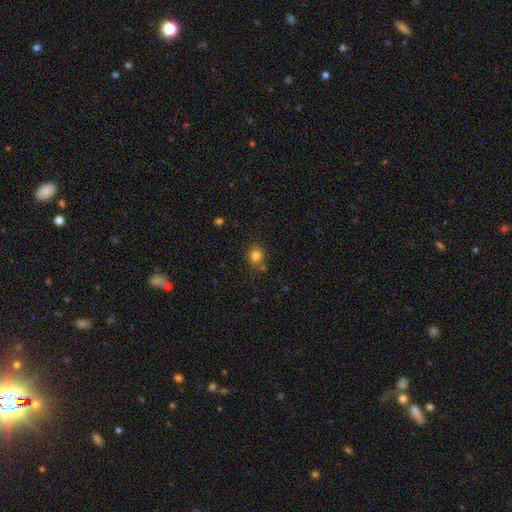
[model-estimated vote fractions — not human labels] A smooth galaxy with no disk features (81%) that is round (83%).

Vote fractions:
- Smooth or featured? smooth: 81% / star or artifact: 13% / featured or disk: 6%
- How rounded? round: 83% / in between: 16% / cigar-shaped: 1%
- Merging? none: 78% / minor disturbance: 11% / merger: 8% / major disturbance: 3%